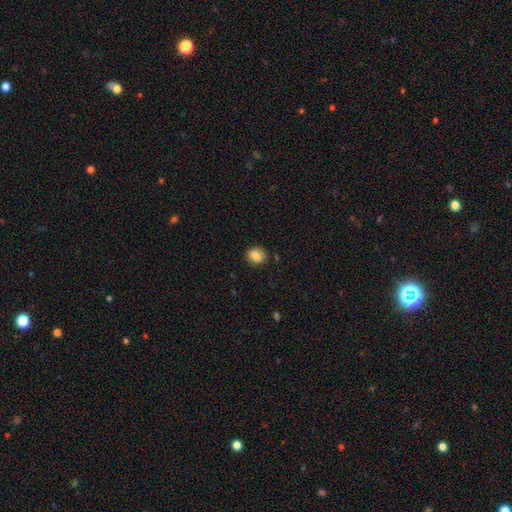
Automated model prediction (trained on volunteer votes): Overall: smooth (84%). How rounded: round (74%). Merging: none (86%).